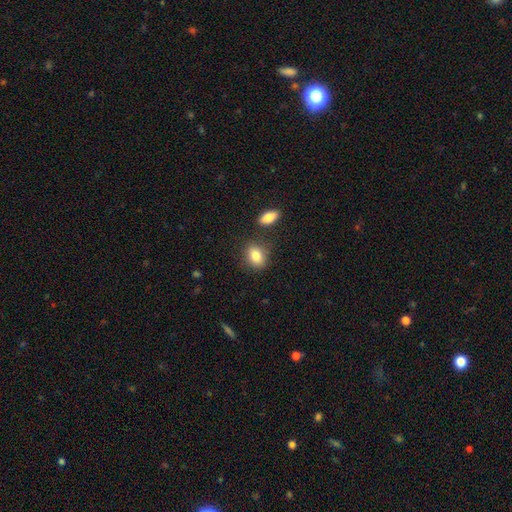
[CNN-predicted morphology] Smooth or featured: smooth — 84% (featured or disk — 8%)
How rounded: in between — 63% (round — 36%)
Merging: none — 75% (minor disturbance — 14%)